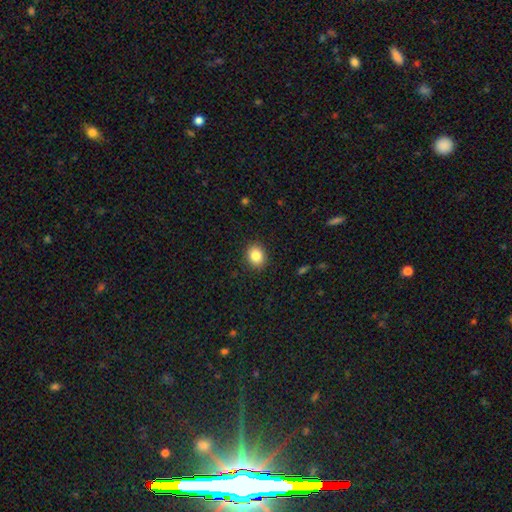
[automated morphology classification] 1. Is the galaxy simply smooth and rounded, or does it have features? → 86% smooth, 9% star or artifact, 5% featured or disk.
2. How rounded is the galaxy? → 52% round, 47% in between, 1% cigar-shaped.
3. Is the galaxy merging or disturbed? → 89% none, 7% minor disturbance, 2% major disturbance, 1% merger.